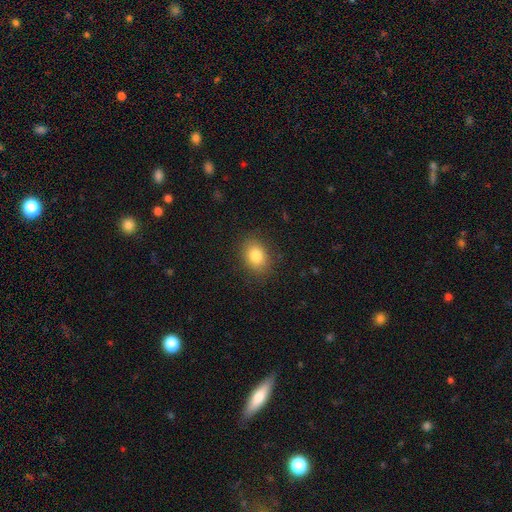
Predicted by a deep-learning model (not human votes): Morphology: type=smooth (83%); roundness=in between (63%); merging=none (86%).